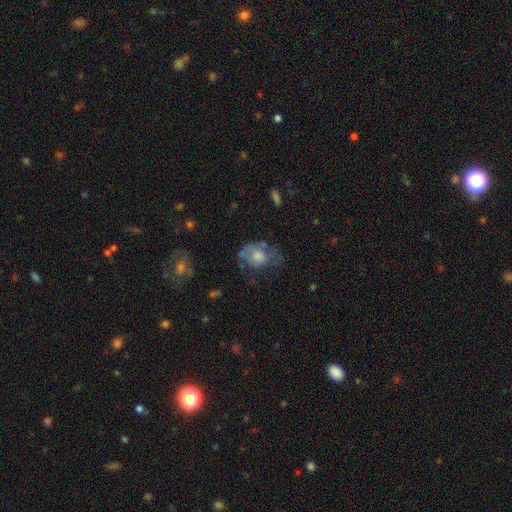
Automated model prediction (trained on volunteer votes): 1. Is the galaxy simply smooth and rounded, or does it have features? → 46% smooth, 41% featured or disk, 14% star or artifact.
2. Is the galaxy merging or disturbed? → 49% none, 27% minor disturbance, 21% major disturbance, 3% merger.